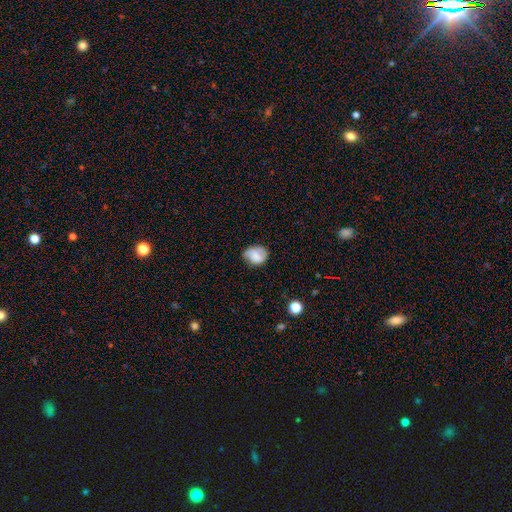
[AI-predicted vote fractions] Smooth or featured? smooth (67%)
How rounded? round (52%)
Merging? none (61%)